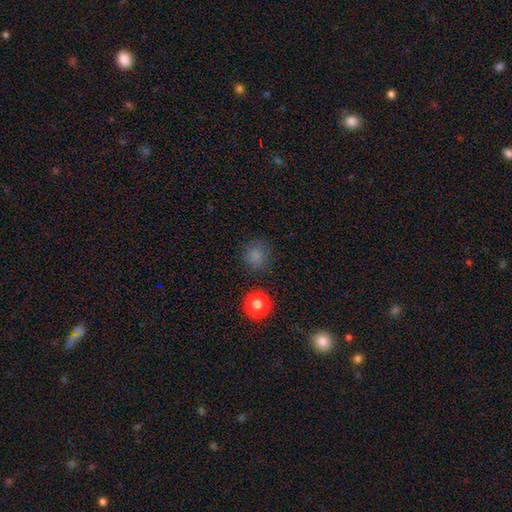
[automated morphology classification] Smooth or featured? Predicted: smooth (p=0.78). How rounded? Predicted: round (p=0.89). Merging? Predicted: none (p=0.81).